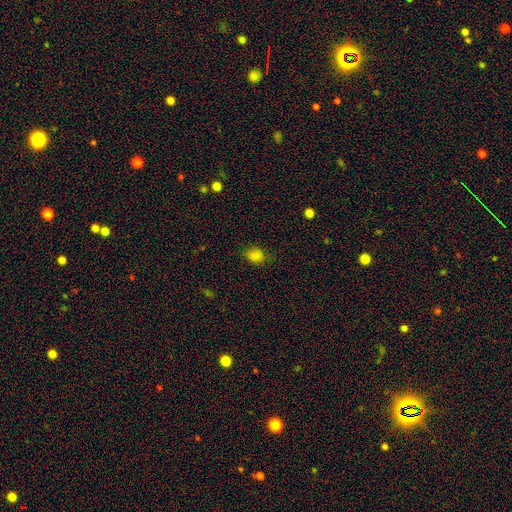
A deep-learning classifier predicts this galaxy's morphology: A smooth galaxy with no disk features (82%) that is round (53%). Merging: none (82%).